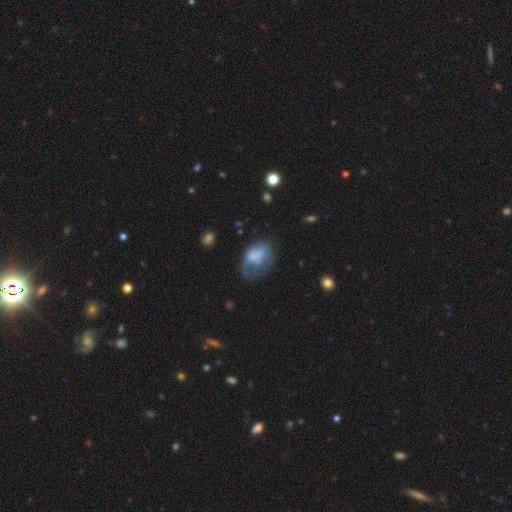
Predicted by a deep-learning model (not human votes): Morphology: type=smooth (61%); roundness=in between (78%); merging=major disturbance (39%).